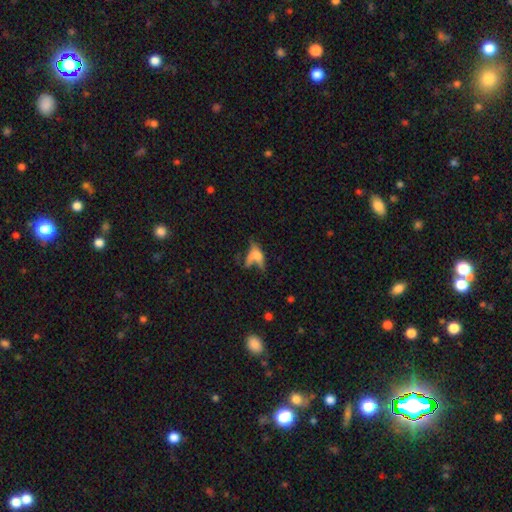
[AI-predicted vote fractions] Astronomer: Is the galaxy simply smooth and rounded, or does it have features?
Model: smooth — 52% (runner-up: featured or disk, 33%).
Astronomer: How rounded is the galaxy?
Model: in between — 53% (runner-up: cigar-shaped, 37%).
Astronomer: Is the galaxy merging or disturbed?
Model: merger — 32% (runner-up: none, 30%).